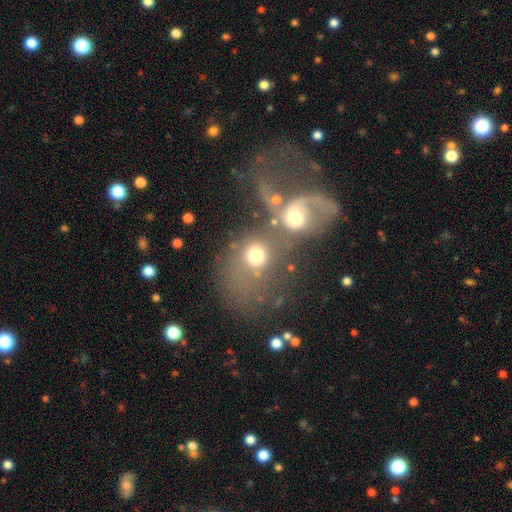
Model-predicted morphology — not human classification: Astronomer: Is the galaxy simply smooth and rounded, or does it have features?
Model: smooth — 61%.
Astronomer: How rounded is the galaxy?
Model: round — 59% (runner-up: in between, 39%).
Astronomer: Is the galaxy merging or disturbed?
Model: merger — 59%.